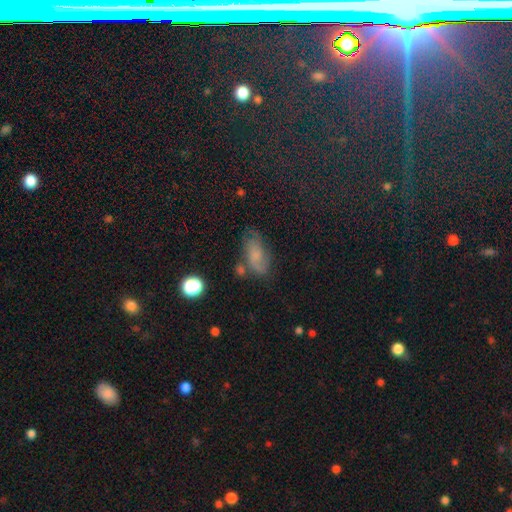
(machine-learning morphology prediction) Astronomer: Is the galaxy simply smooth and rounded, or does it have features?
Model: smooth — 49% (runner-up: featured or disk, 35%).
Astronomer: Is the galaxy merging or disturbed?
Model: none — 56%.